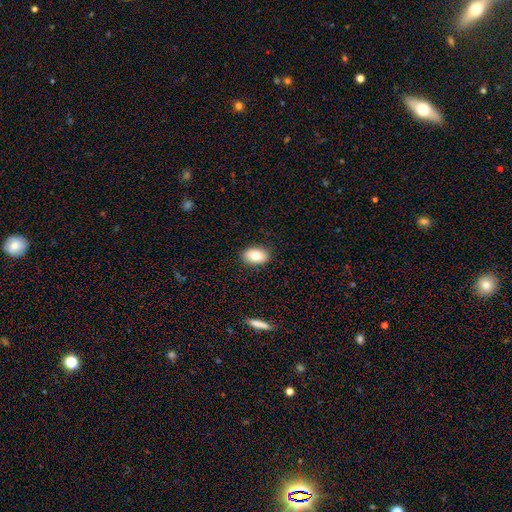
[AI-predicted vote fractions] A smooth galaxy with no disk features (81%) that is in between round and cigar-shaped (88%). Merging: none (88%).